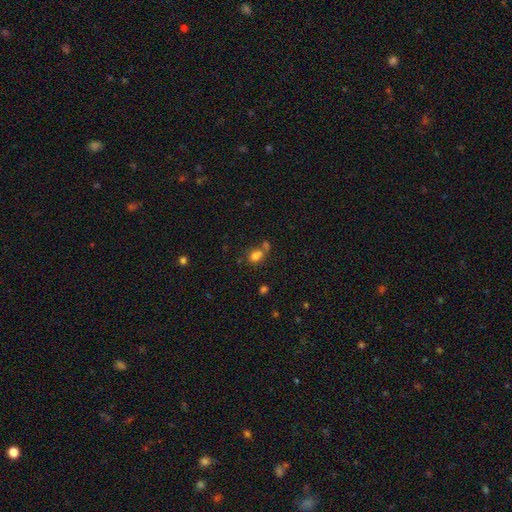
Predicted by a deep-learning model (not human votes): smooth-or-featured: smooth: 77% | star or artifact: 14% | featured or disk: 9%
  how-rounded: in between: 56% | round: 43% | cigar-shaped: 1%
  merging: none: 42% | merger: 40% | minor disturbance: 12% | major disturbance: 6%